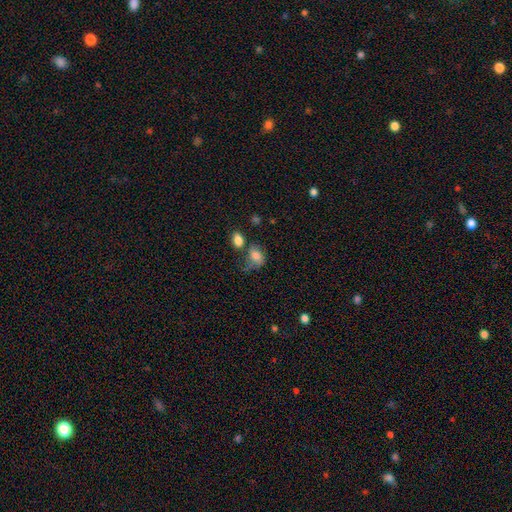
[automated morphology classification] Smooth or featured: smooth — 74% (featured or disk — 16%)
How rounded: in between — 65% (round — 34%)
Merging: none — 37% (minor disturbance — 25%)